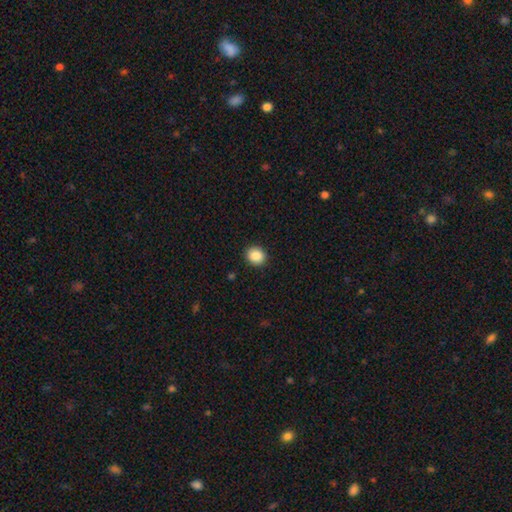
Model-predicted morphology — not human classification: Smooth or featured?
  - smooth: 87% *
  - star or artifact: 9%
  - featured or disk: 4%
How rounded?
  - round: 76% *
  - in between: 23%
  - cigar-shaped: 1%
Merging?
  - none: 92% *
  - minor disturbance: 6%
  - major disturbance: 2%
  - merger: 1%